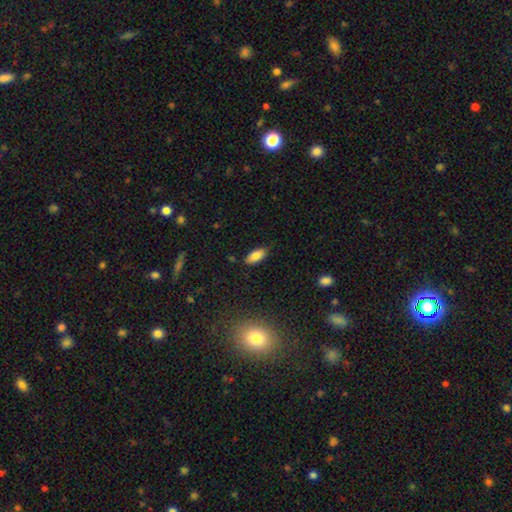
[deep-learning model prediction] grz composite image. It shows a smooth galaxy with no disk features (84%) that is in between round and cigar-shaped (88%). Merging: none (84%).